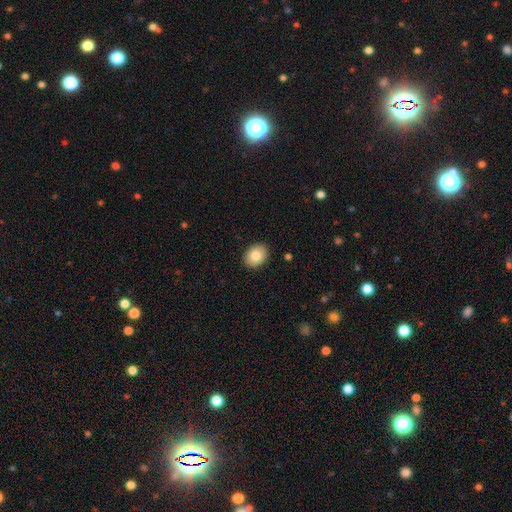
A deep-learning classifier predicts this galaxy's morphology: smooth_or_featured: smooth (p=0.82) [alt: featured or disk p=0.10]
how_rounded: in between (p=0.56) [alt: round p=0.43]
merging: none (p=0.90) [alt: minor disturbance p=0.07]